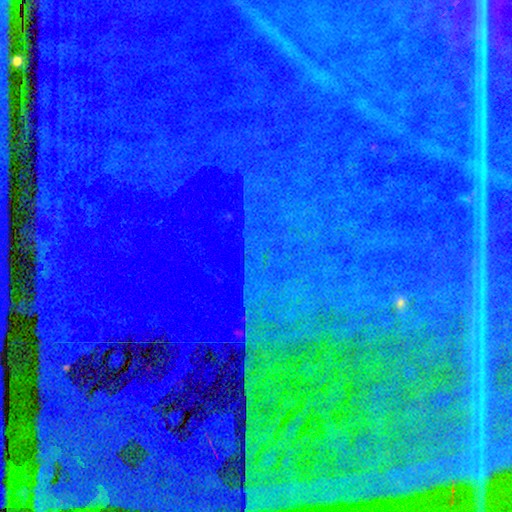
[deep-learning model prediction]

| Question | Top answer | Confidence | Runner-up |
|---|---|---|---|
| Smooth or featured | star or artifact | 87% | featured or disk (7%) |